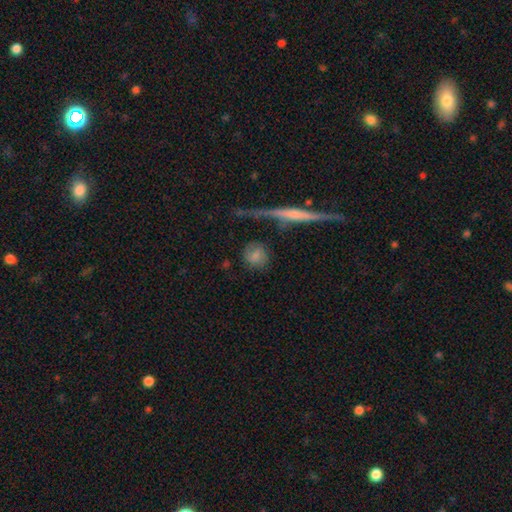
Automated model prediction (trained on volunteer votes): Smooth or featured: smooth — 71% (featured or disk — 20%)
How rounded: round — 79% (in between — 16%)
Merging: none — 71% (minor disturbance — 15%)